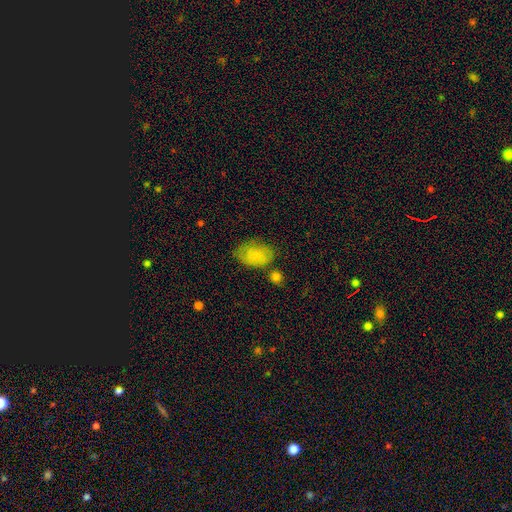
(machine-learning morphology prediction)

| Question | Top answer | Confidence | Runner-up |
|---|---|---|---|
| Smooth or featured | smooth | 79% | featured or disk (14%) |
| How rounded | in between | 86% | round (12%) |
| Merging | none | 60% | minor disturbance (24%) |